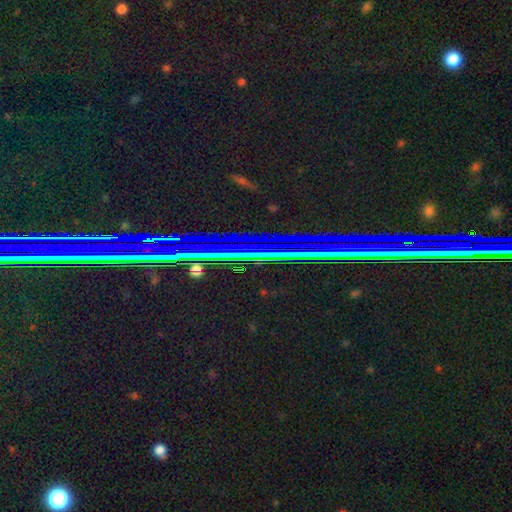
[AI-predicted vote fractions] The model was most divided on "smooth or featured": star or artifact: 84%, smooth: 8%, featured or disk: 8%.